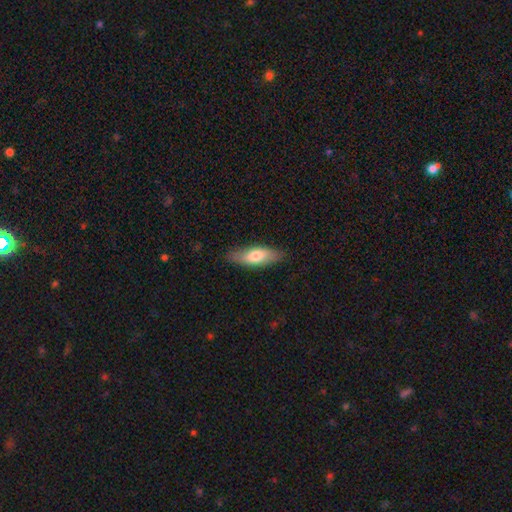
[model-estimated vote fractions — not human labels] The model was most divided on "how rounded": in between: 64%, cigar-shaped: 34%, round: 2%. More confident: merging — none (82%); smooth or featured — smooth (70%).